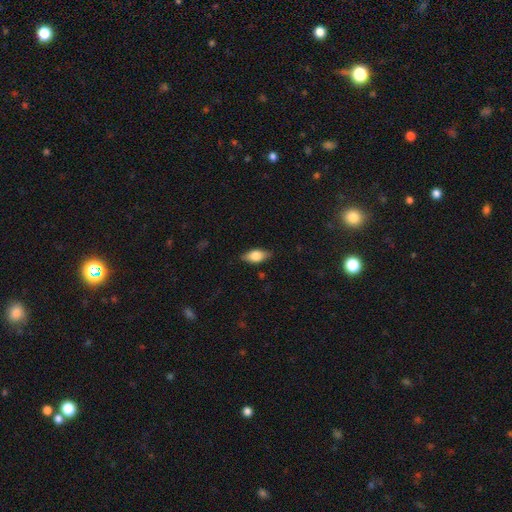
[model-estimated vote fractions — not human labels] Smooth or featured?
  - smooth: 70% *
  - featured or disk: 24%
  - star or artifact: 7%
How rounded?
  - in between: 86% *
  - cigar-shaped: 10%
  - round: 4%
Merging?
  - none: 84% *
  - minor disturbance: 13%
  - major disturbance: 2%
  - merger: 1%